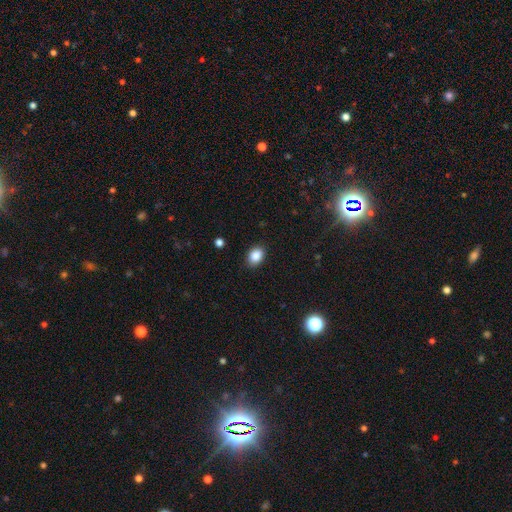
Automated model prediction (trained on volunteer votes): A smooth galaxy with no disk features (87%) that is in between round and cigar-shaped (69%).

Vote fractions:
- Smooth or featured? smooth: 87% / star or artifact: 9% / featured or disk: 4%
- How rounded? in between: 69% / round: 30% / cigar-shaped: 1%
- Merging? none: 87% / minor disturbance: 9% / major disturbance: 2% / merger: 1%